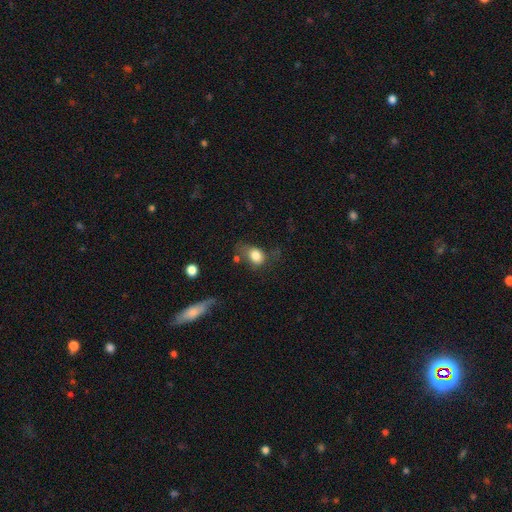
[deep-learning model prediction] This appears to be a smooth galaxy with no disk features (81%) that is in between round and cigar-shaped (63%). Merging: none (41%).